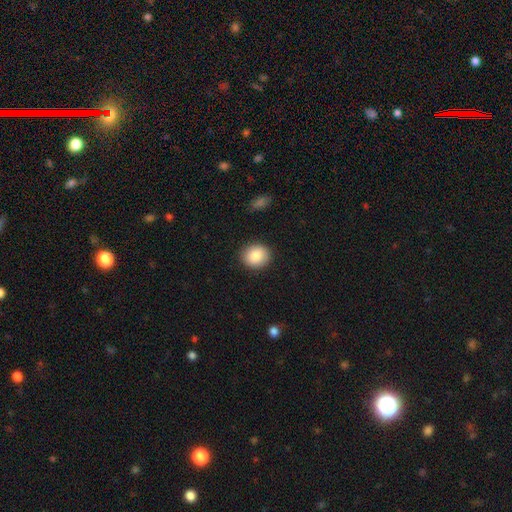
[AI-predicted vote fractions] Smooth or featured? Predicted: smooth (p=0.87). How rounded? Predicted: round (p=0.69). Merging? Predicted: none (p=0.89).